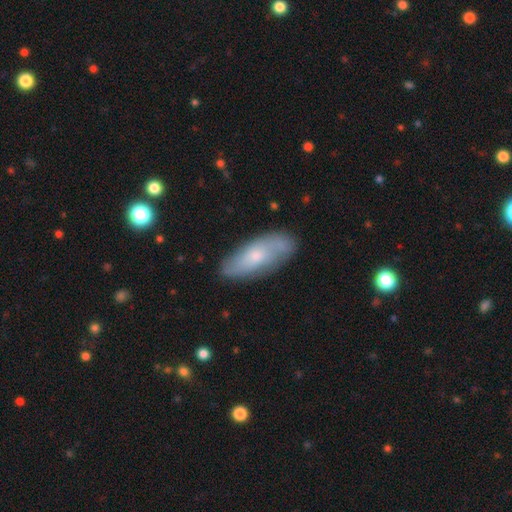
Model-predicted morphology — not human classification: Smooth or featured? smooth (49%)
Merging? none (79%)